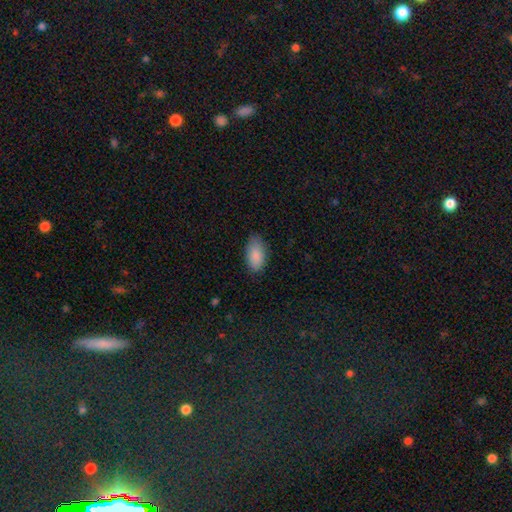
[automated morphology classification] A smooth galaxy with no disk features (88%) that is in between round and cigar-shaped (94%).

Vote fractions:
- Smooth or featured? smooth: 88% / star or artifact: 6% / featured or disk: 5%
- How rounded? in between: 94% / round: 3% / cigar-shaped: 3%
- Merging? none: 77% / minor disturbance: 18% / major disturbance: 4% / merger: 1%